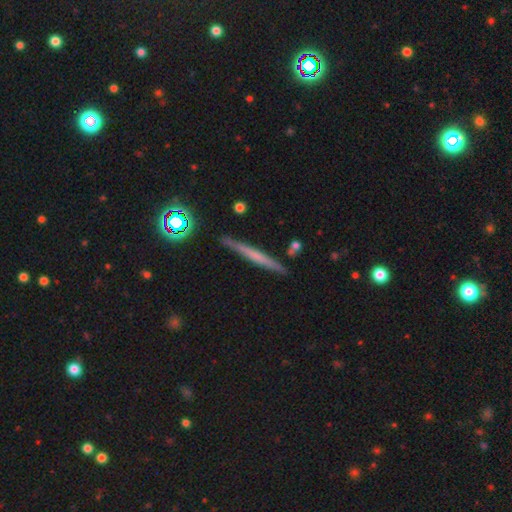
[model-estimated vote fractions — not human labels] This is possibly a featured or disk galaxy (48%). Merging: clearly none (88%).